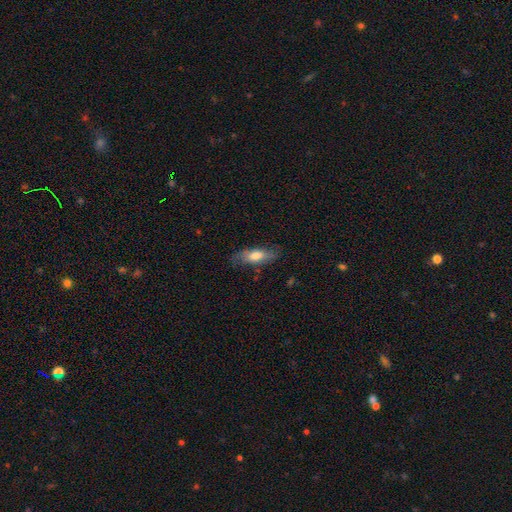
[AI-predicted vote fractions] A smooth galaxy with no disk features (68%) that is in between round and cigar-shaped (66%). Merging: none (73%).